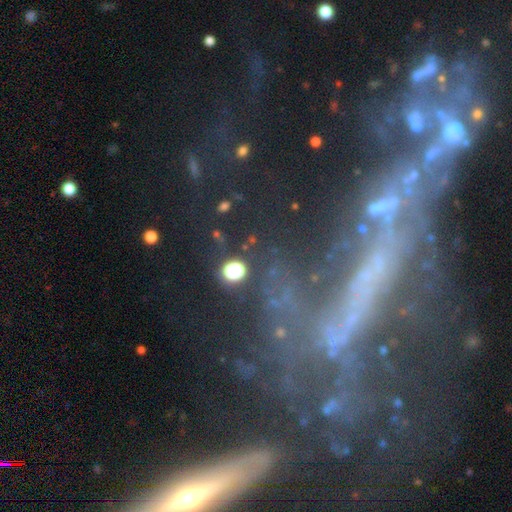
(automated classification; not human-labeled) Smooth or featured: featured or disk — 52% (star or artifact — 32%)
Edge-on disk: no — 79% (yes — 21%)
Merging: none — 50% (major disturbance — 25%)